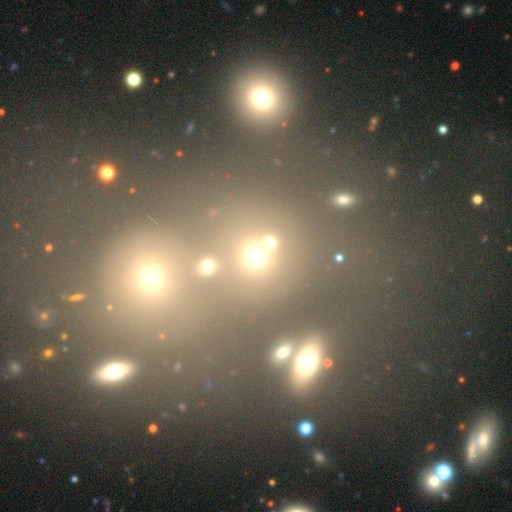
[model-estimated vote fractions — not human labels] Smooth or featured? smooth (62%)
How rounded? round (86%)
Merging? none (56%)